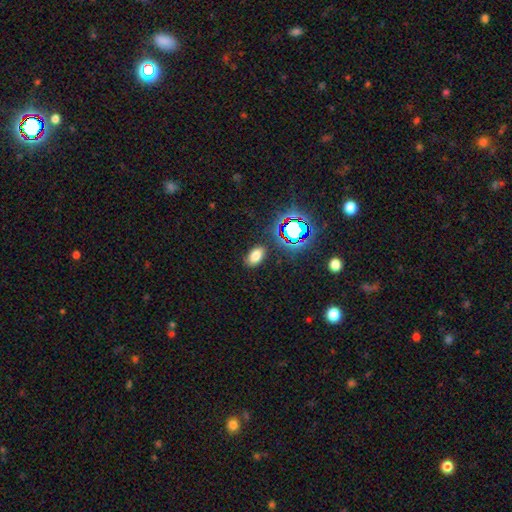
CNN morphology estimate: smooth_or_featured: smooth (p=0.71) [alt: star or artifact p=0.21]
how_rounded: in between (p=0.90) [alt: round p=0.08]
merging: none (p=0.85) [alt: minor disturbance p=0.10]